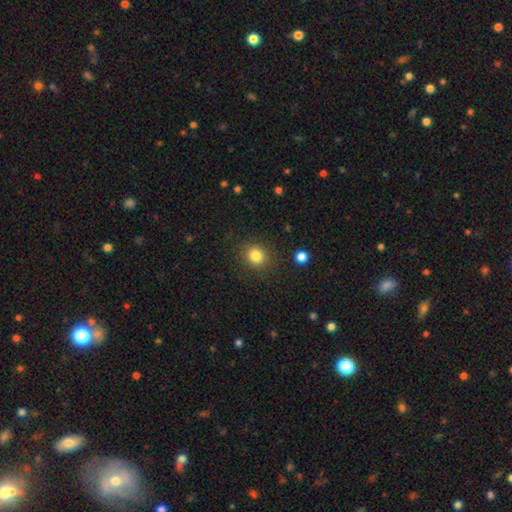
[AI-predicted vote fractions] This is clearly a smooth galaxy (83%). How rounded: clearly round (80%). Merging: clearly none (86%).